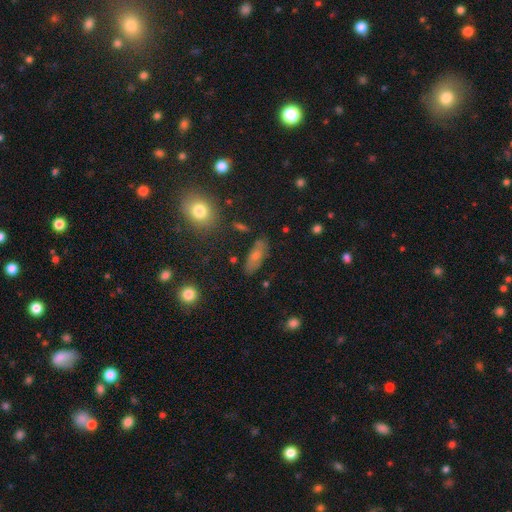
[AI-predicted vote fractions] smooth-or-featured: smooth: 64% | featured or disk: 24% | star or artifact: 12%
  how-rounded: in between: 74% | cigar-shaped: 21% | round: 5%
  merging: none: 75% | minor disturbance: 16% | major disturbance: 4% | merger: 4%